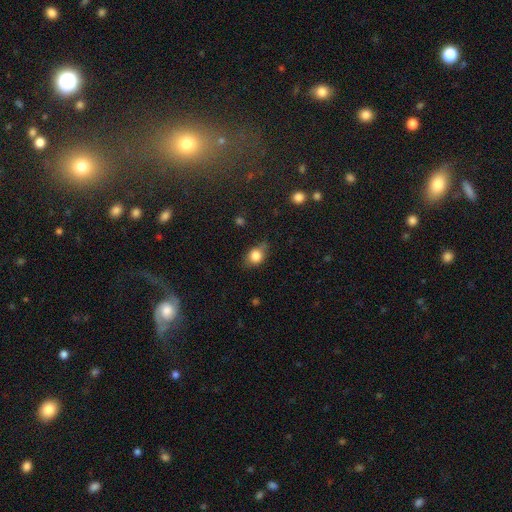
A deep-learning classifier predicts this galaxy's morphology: smooth 79%, featured or disk 11%, star or artifact 10%. Down the decision tree: how rounded — in between (54%); merging — none (64%).